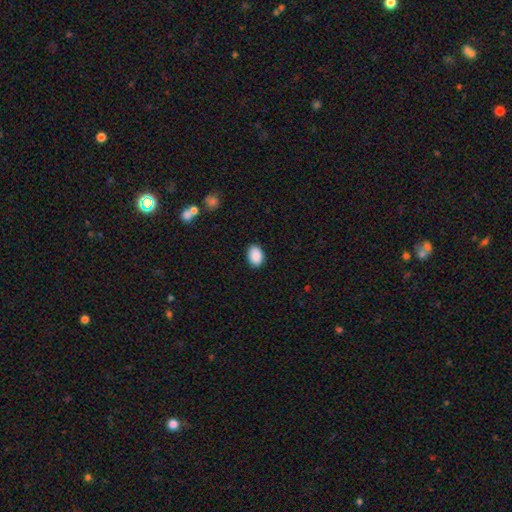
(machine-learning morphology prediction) This is clearly a smooth galaxy (90%). How rounded: clearly in between (81%). Merging: clearly none (87%).